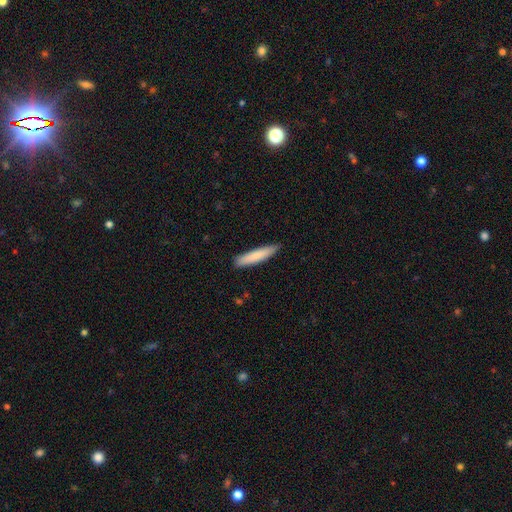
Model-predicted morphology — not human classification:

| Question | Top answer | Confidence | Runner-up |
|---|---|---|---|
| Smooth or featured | smooth | 82% | featured or disk (13%) |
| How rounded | cigar-shaped | 89% | in between (10%) |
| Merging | none | 88% | minor disturbance (10%) |